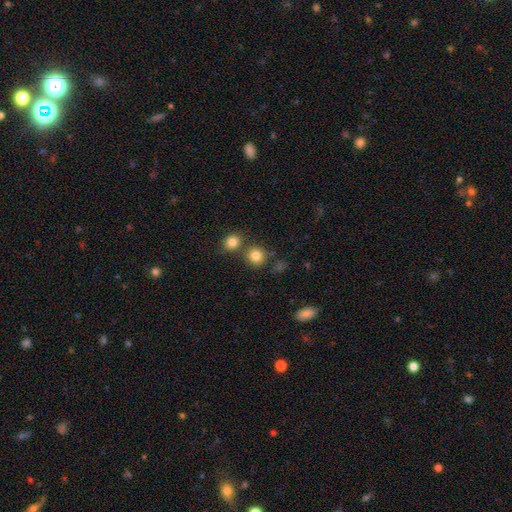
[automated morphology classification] Smooth or featured? smooth (83%)
How rounded? round (87%)
Merging? none (67%)